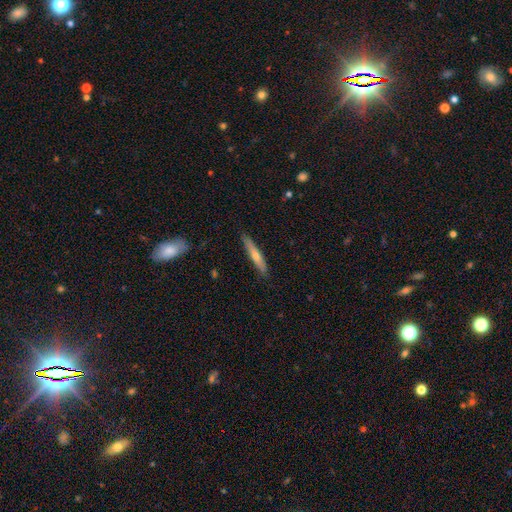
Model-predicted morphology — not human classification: A featured or disk galaxy (55%) viewed edge-on (94%) with a rounded central bulge (81%). Merging: none (88%).